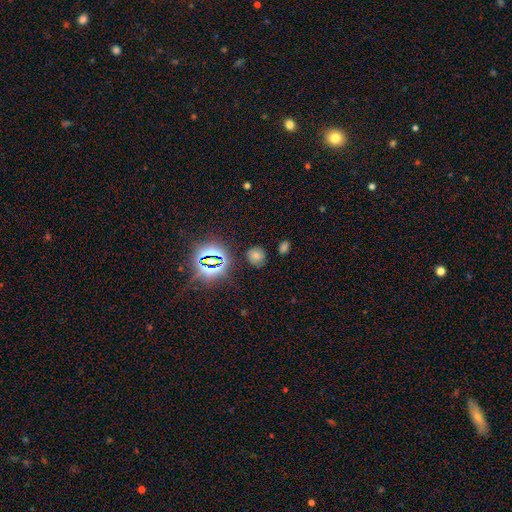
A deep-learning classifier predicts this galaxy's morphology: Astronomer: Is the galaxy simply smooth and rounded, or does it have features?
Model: smooth — 60%.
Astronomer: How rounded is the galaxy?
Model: round — 74%.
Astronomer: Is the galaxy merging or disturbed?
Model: none — 79%.